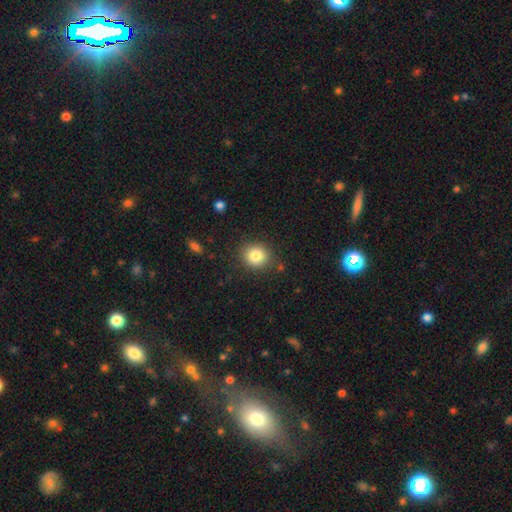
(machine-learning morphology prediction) Q: Smooth or featured?
A: smooth (83%); runner-up: star or artifact (10%)
Q: How rounded?
A: round (83%); runner-up: in between (16%)
Q: Merging?
A: none (86%); runner-up: minor disturbance (9%)